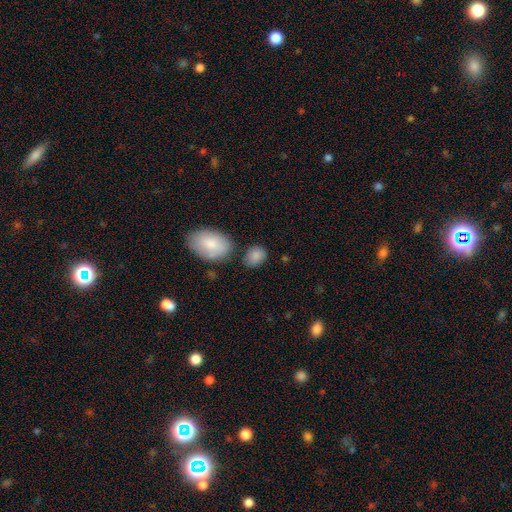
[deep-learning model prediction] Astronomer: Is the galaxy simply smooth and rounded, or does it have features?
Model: smooth — 85%.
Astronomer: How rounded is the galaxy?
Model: in between — 66%.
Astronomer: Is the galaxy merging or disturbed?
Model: none — 63%.